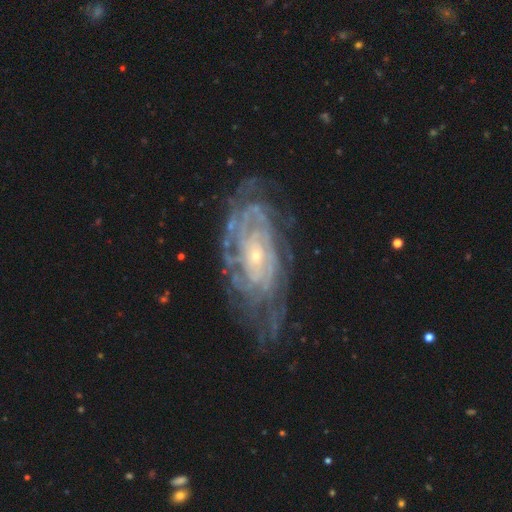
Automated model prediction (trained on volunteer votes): Smooth or featured? featured or disk (87%)
Edge-on disk? no (93%)
Bar? no (69%)
Spiral arms? yes (95%)
Spiral winding? tight (78%)
Spiral arm count? can't tell (44%)
Bulge size? small (77%)
Merging? none (69%)